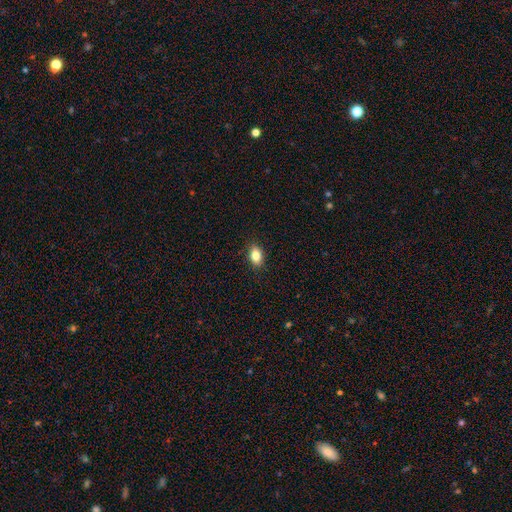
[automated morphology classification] A smooth galaxy with no disk features (84%) that is in between round and cigar-shaped (85%). Merging: none (89%).